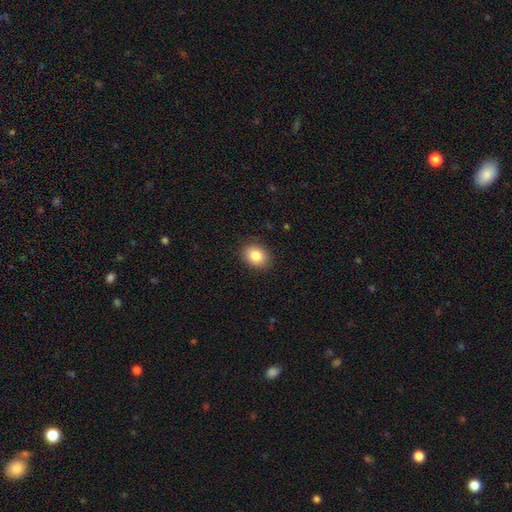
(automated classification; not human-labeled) Morphology: type=smooth (85%); roundness=in between (53%); merging=none (88%).